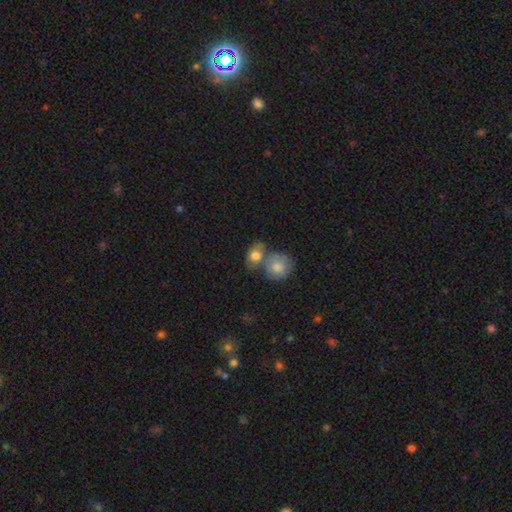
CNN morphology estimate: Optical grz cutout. It shows a smooth galaxy with no disk features (76%) that is in between round and cigar-shaped (59%). Merging: merger (48%).